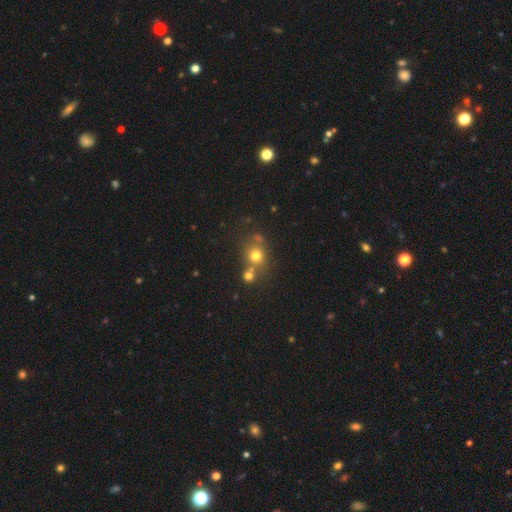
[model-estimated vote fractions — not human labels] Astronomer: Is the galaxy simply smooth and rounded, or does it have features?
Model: smooth — 70%.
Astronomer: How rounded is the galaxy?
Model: round — 82%.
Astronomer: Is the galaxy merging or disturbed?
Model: none — 58%.